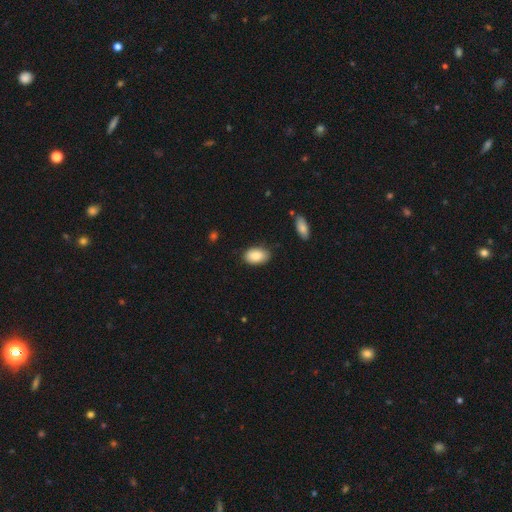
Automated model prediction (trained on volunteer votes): smooth-or-featured: smooth: 86% | featured or disk: 7% | star or artifact: 7%
  how-rounded: in between: 92% | round: 7% | cigar-shaped: 1%
  merging: none: 82% | minor disturbance: 14% | major disturbance: 3% | merger: 2%